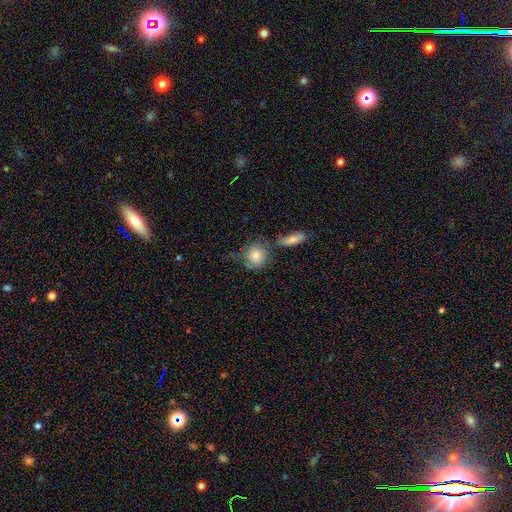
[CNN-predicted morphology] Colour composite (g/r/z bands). It shows a smooth galaxy with no disk features (82%) that is round (73%). Merging: none (54%).